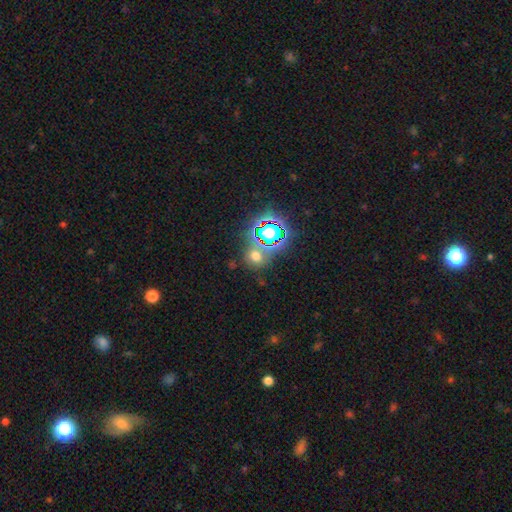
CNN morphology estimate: Q: Smooth or featured?
A: smooth (47%); runner-up: star or artifact (44%)
Q: Merging?
A: none (69%); runner-up: merger (15%)